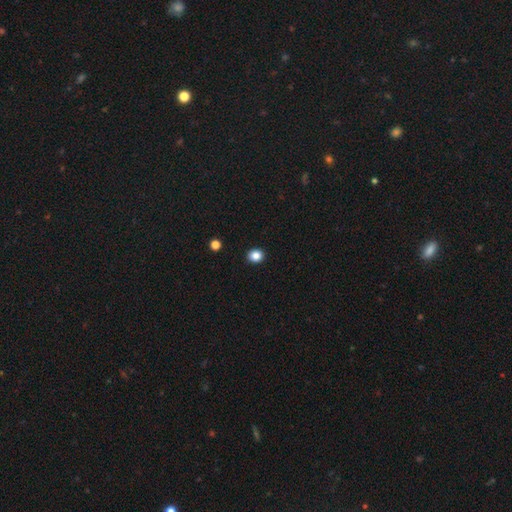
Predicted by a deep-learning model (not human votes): smooth 86%, star or artifact 11%, featured or disk 4%. Down the decision tree: how rounded — round (76%); merging — none (93%).